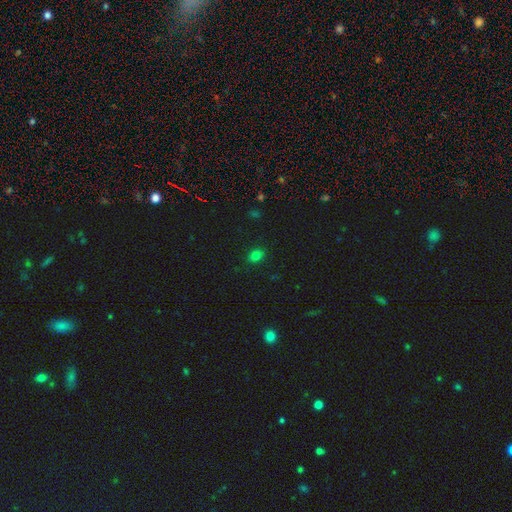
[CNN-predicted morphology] Smooth or featured? Predicted: smooth (p=0.78). How rounded? Predicted: in between (p=0.58). Merging? Predicted: none (p=0.86).